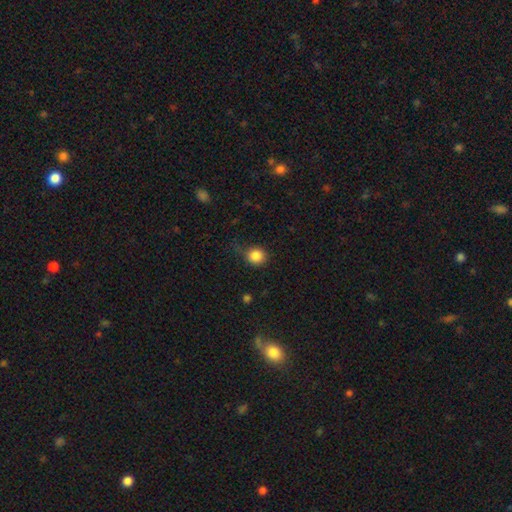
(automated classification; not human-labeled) Overall: smooth (85%). How rounded: round (86%). Merging: none (67%).